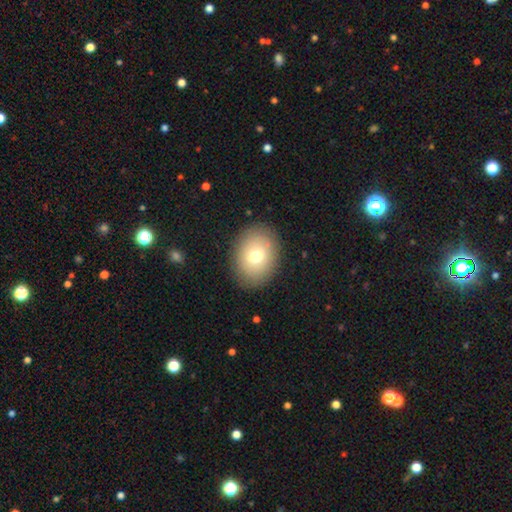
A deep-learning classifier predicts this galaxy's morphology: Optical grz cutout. It shows a smooth galaxy with no disk features (73%) that is in between round and cigar-shaped (62%). Merging: none (88%).